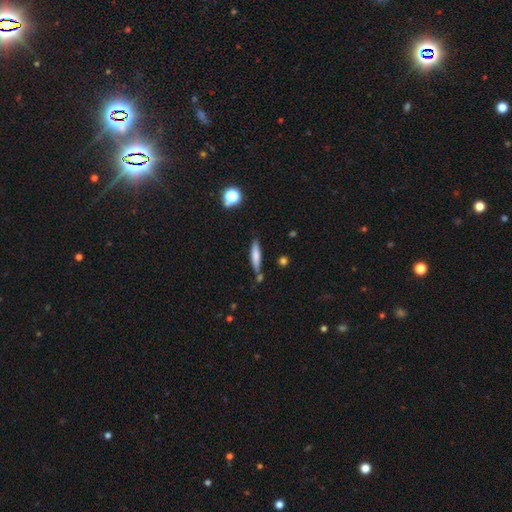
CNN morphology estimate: Smooth or featured: smooth — 70% (featured or disk — 22%)
How rounded: cigar-shaped — 82% (in between — 17%)
Merging: none — 72% (minor disturbance — 16%)